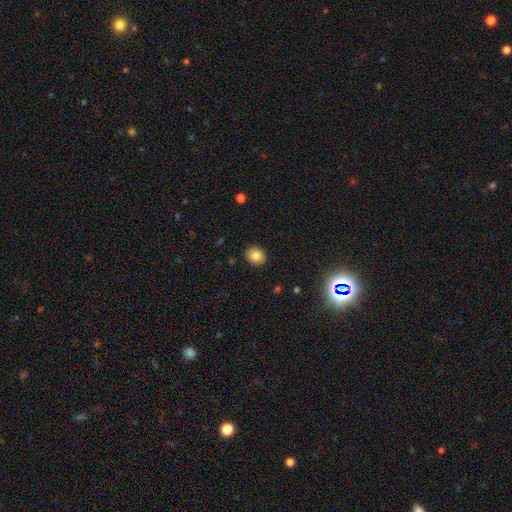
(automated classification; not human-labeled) A smooth galaxy with no disk features (84%) that is round (66%). Merging: none (90%).